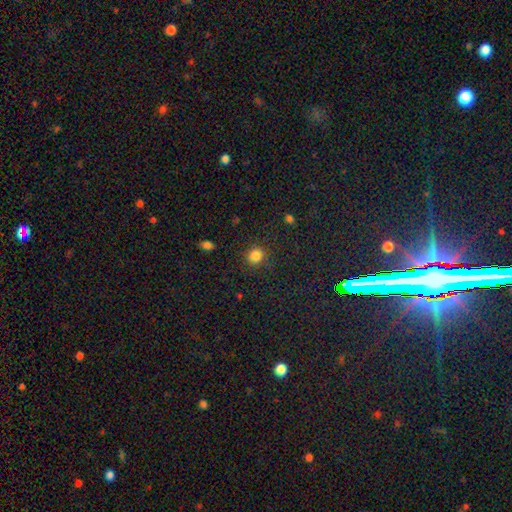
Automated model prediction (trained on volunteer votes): Smooth or featured: smooth — 84% (star or artifact — 12%)
How rounded: round — 84% (in between — 15%)
Merging: none — 88% (minor disturbance — 8%)